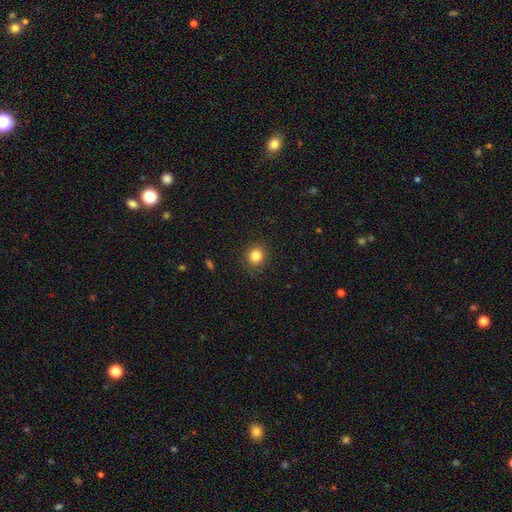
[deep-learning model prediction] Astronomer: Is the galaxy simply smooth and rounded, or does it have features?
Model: smooth — 84%.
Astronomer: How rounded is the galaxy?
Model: round — 87%.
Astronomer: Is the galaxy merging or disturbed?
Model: none — 90%.